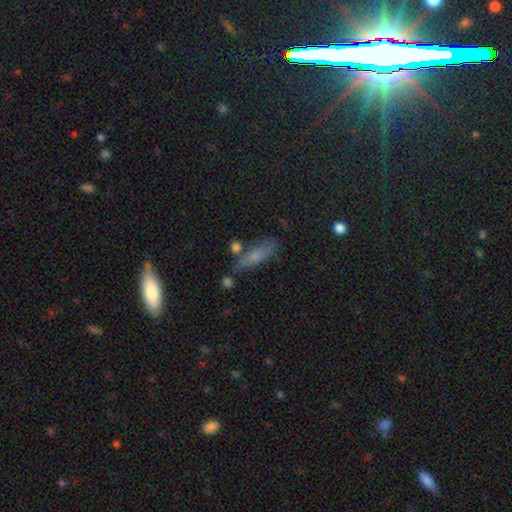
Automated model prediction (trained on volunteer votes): Q: Smooth or featured?
A: smooth (62%); runner-up: featured or disk (25%)
Q: How rounded?
A: cigar-shaped (59%); runner-up: in between (37%)
Q: Merging?
A: none (61%); runner-up: minor disturbance (22%)